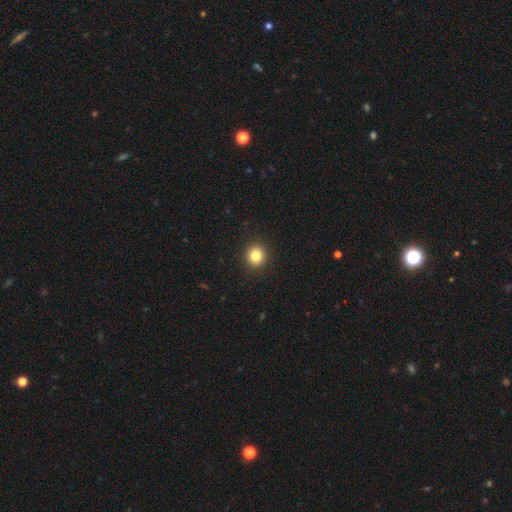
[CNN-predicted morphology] Smooth or featured? smooth (83%)
How rounded? round (88%)
Merging? none (92%)